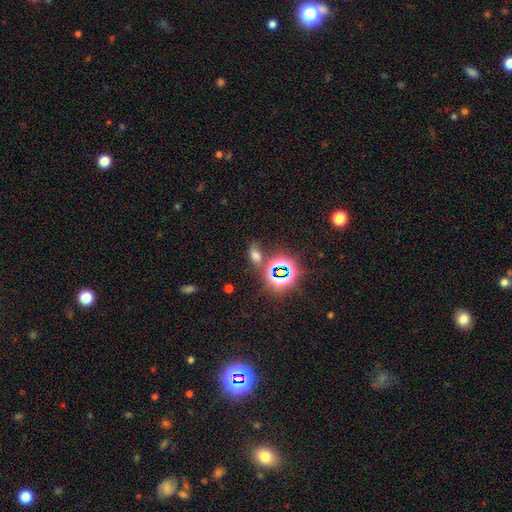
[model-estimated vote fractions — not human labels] smooth-or-featured: smooth: 48% | star or artifact: 41% | featured or disk: 11%
  merging: none: 66% | minor disturbance: 15% | merger: 13% | major disturbance: 7%